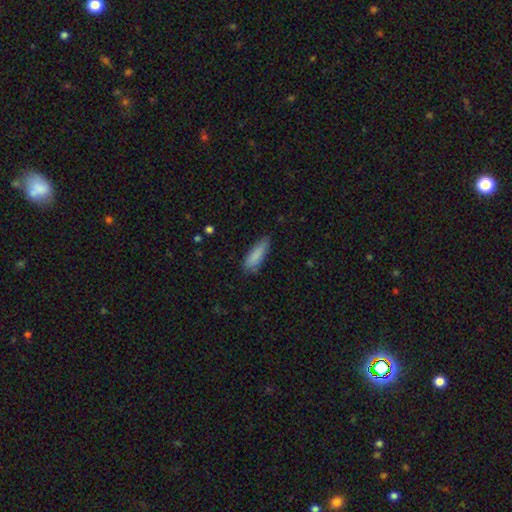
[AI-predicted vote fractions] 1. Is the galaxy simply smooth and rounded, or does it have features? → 86% smooth, 8% featured or disk, 6% star or artifact.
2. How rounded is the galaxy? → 53% in between, 46% cigar-shaped, 2% round.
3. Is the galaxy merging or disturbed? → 71% none, 23% minor disturbance, 4% major disturbance, 1% merger.